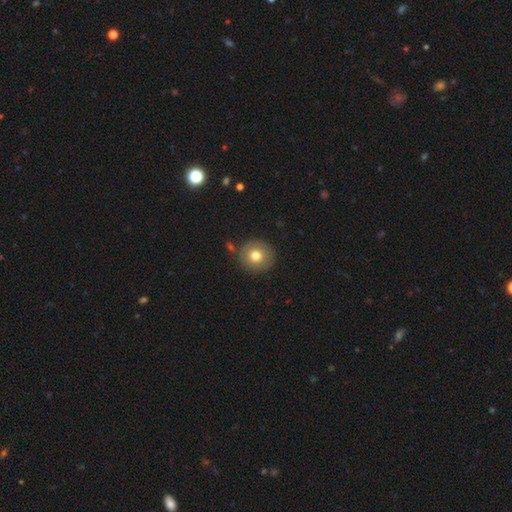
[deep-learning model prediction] Smooth or featured? Predicted: smooth (p=0.76). How rounded? Predicted: round (p=0.94). Merging? Predicted: none (p=0.86).